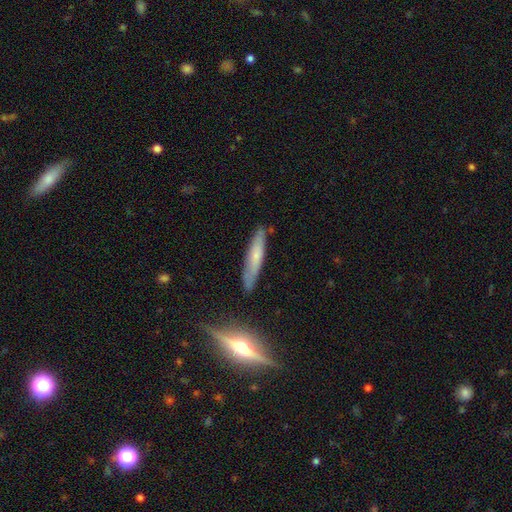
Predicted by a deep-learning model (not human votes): smooth_or_featured: smooth (p=0.55) [alt: featured or disk p=0.38]
how_rounded: cigar-shaped (p=0.88) [alt: in between p=0.10]
merging: none (p=0.80) [alt: minor disturbance p=0.15]